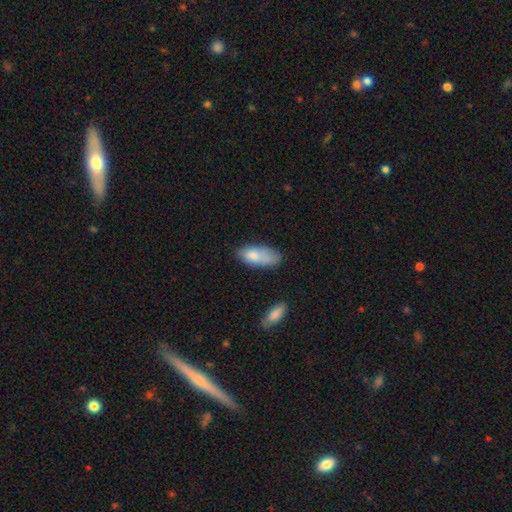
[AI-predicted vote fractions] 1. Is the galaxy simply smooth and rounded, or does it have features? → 81% smooth, 12% featured or disk, 7% star or artifact.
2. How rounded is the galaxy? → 85% in between, 12% cigar-shaped, 2% round.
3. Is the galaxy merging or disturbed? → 55% none, 29% minor disturbance, 10% major disturbance, 6% merger.